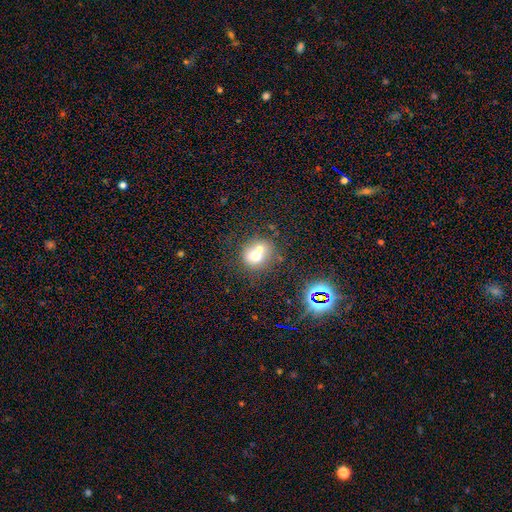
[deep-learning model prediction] Smooth or featured: smooth — 64% (featured or disk — 23%)
How rounded: round — 79% (in between — 20%)
Merging: merger — 56% (none — 34%)